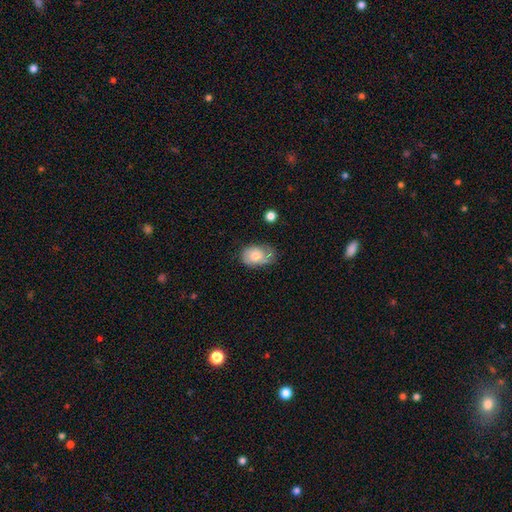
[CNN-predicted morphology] Smooth or featured? smooth (56%)
How rounded? in between (76%)
Merging? none (44%)